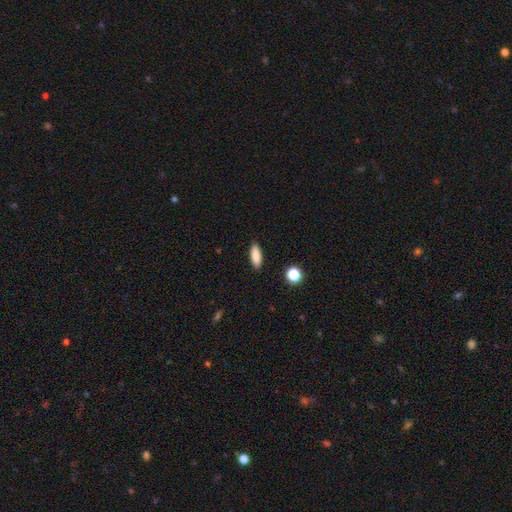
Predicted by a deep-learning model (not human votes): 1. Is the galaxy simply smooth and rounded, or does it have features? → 86% smooth, 8% star or artifact, 6% featured or disk.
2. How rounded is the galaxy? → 60% in between, 37% cigar-shaped, 3% round.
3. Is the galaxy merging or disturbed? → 89% none, 8% minor disturbance, 2% major disturbance, 1% merger.